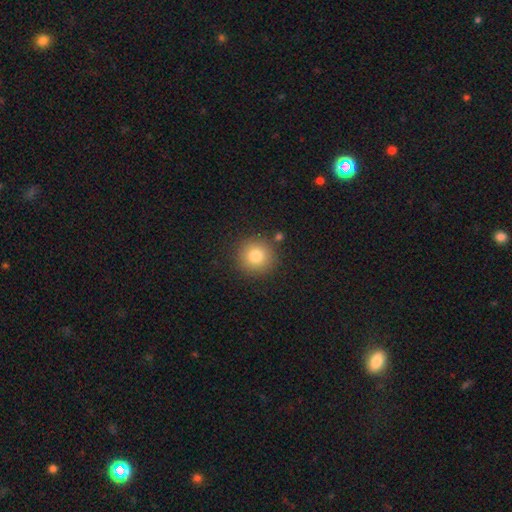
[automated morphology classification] A smooth galaxy with no disk features (81%) that is round (94%).

Vote fractions:
- Smooth or featured? smooth: 81% / star or artifact: 11% / featured or disk: 8%
- How rounded? round: 94% / in between: 5% / cigar-shaped: 1%
- Merging? none: 86% / minor disturbance: 8% / merger: 3% / major disturbance: 3%